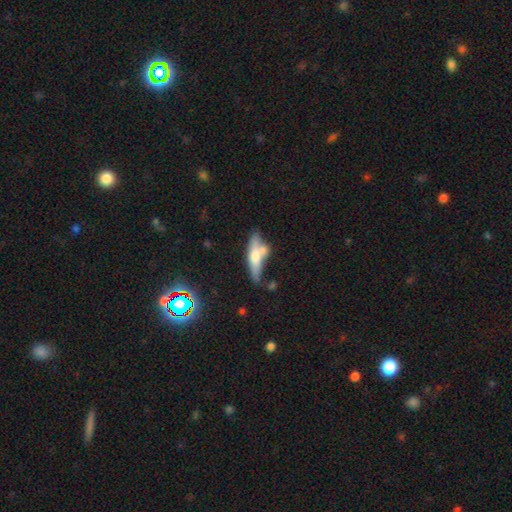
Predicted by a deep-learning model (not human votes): smooth-or-featured: smooth: 52% | featured or disk: 42% | star or artifact: 7%
  how-rounded: cigar-shaped: 63% | in between: 34% | round: 3%
  merging: none: 47% | merger: 27% | minor disturbance: 18% | major disturbance: 7%